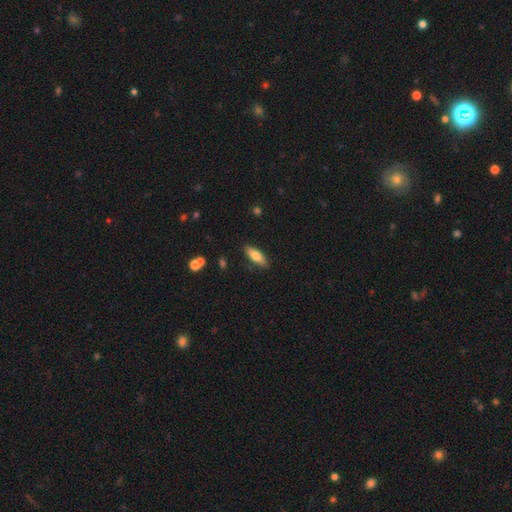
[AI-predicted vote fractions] A smooth galaxy with no disk features (73%) that is in between round and cigar-shaped (62%).

Vote fractions:
- Smooth or featured? smooth: 73% / featured or disk: 20% / star or artifact: 7%
- How rounded? in between: 62% / cigar-shaped: 36% / round: 2%
- Merging? none: 86% / minor disturbance: 10% / major disturbance: 2% / merger: 2%